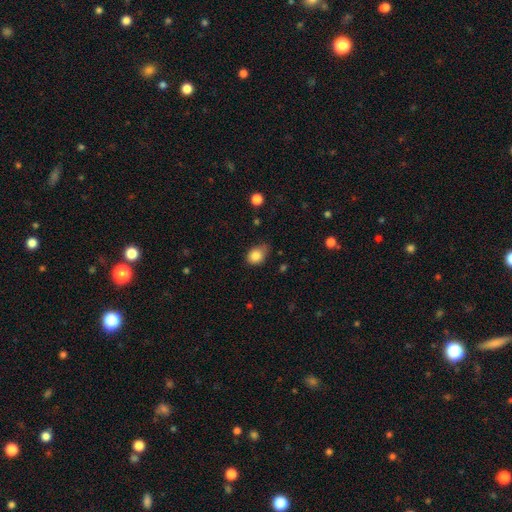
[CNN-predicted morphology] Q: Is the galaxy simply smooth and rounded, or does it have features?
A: smooth — 84%.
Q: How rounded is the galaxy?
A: in between — 61%.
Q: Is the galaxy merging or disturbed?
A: none — 57%.